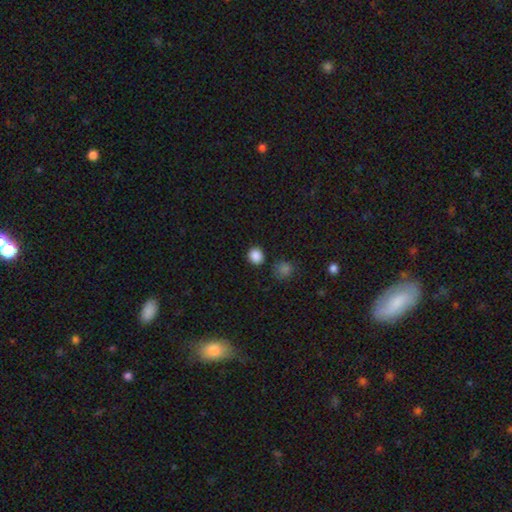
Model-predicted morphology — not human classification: Smooth or featured: smooth — 86% (star or artifact — 11%)
How rounded: round — 77% (in between — 22%)
Merging: none — 85% (minor disturbance — 9%)